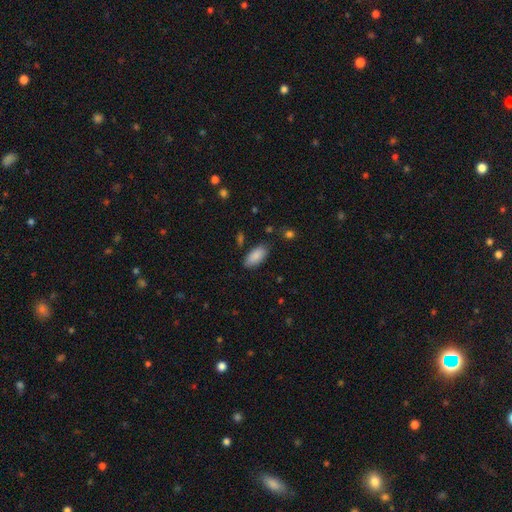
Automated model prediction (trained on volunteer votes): Smooth or featured? smooth (88%)
How rounded? in between (90%)
Merging? none (83%)